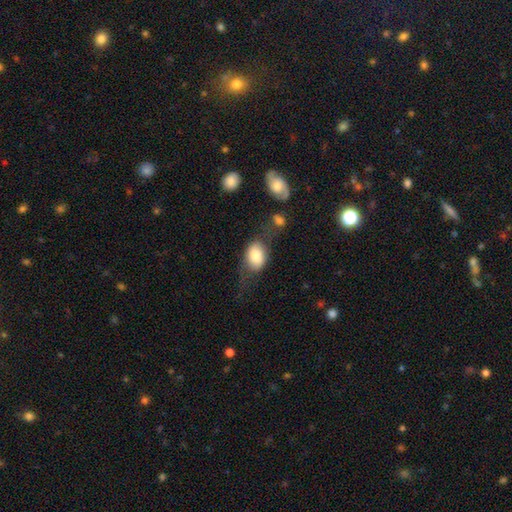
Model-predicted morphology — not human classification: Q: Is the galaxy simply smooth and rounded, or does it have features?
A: smooth — 76%.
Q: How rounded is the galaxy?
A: in between — 80%.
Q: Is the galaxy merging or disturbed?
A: none — 45%.